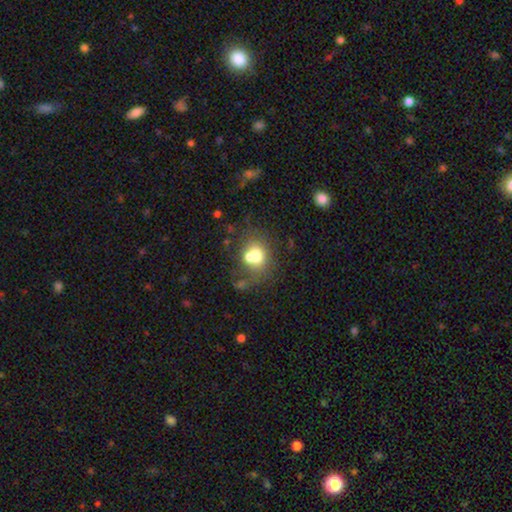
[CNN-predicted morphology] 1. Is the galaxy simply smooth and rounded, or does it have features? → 63% smooth, 25% featured or disk, 12% star or artifact.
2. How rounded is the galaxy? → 65% round, 34% in between, 1% cigar-shaped.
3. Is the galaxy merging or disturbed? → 47% merger, 34% none, 11% minor disturbance, 8% major disturbance.